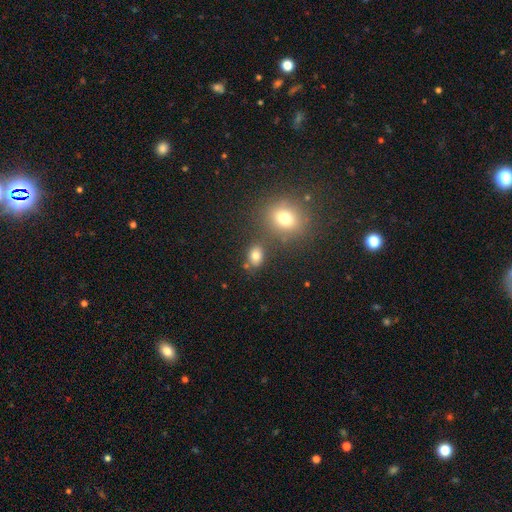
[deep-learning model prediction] The model was most divided on "how rounded": in between: 66%, round: 32%, cigar-shaped: 2%. More confident: smooth or featured — smooth (76%); merging — none (72%).